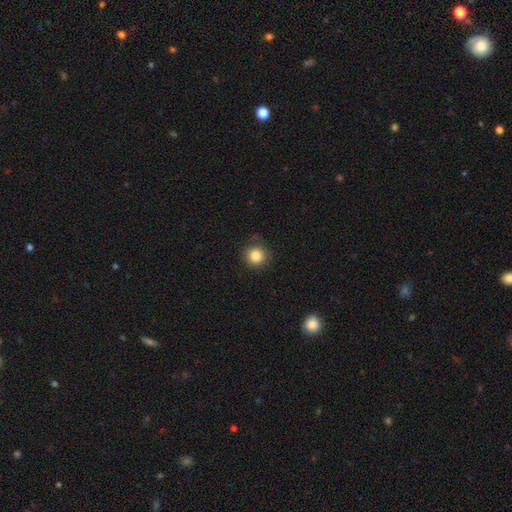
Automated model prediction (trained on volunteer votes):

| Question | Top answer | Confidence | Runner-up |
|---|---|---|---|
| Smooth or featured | smooth | 85% | star or artifact (10%) |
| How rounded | round | 93% | in between (6%) |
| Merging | none | 81% | minor disturbance (14%) |